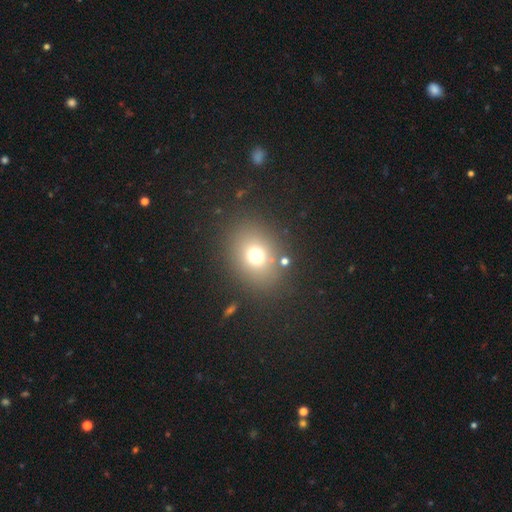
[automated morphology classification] smooth_or_featured: smooth (p=0.70) [alt: star or artifact p=0.19]
how_rounded: round (p=0.59) [alt: in between p=0.40]
merging: none (p=0.82) [alt: minor disturbance p=0.09]